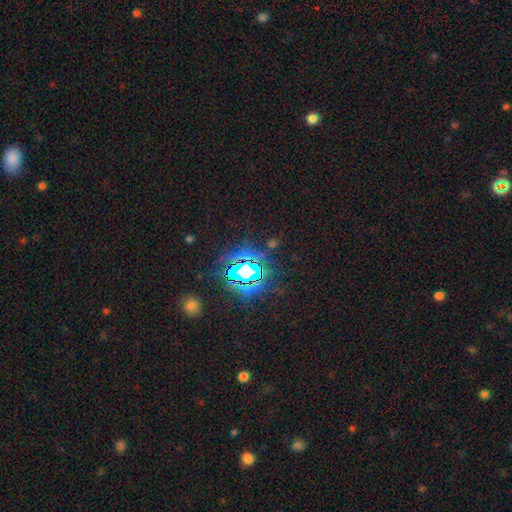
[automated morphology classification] A star or artifact, not a galaxy (82%).